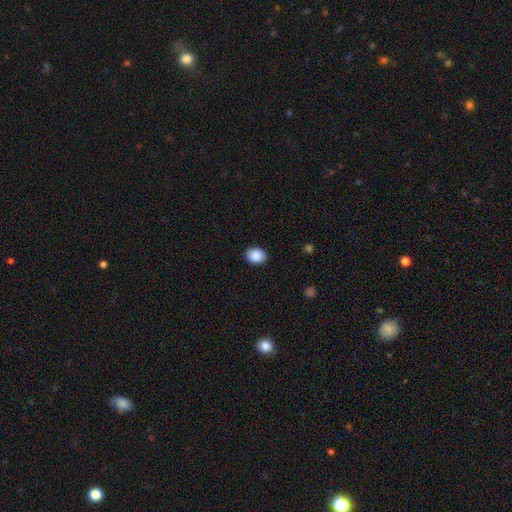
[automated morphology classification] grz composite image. It shows a smooth galaxy with no disk features (89%) that is in between round and cigar-shaped (58%). Merging: none (88%).